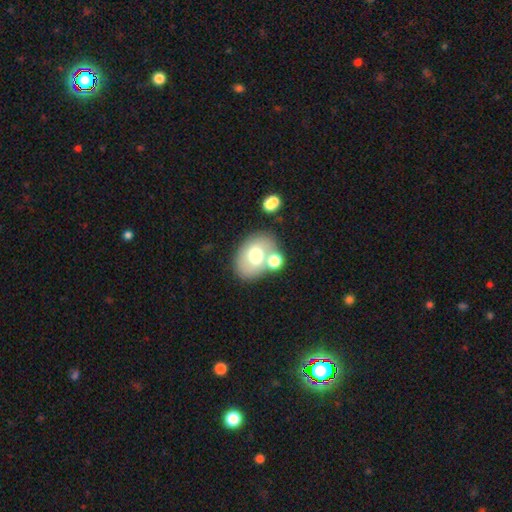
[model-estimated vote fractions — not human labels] This is likely a smooth galaxy (65%). How rounded: likely in between (70%). Merging: likely none (63%).